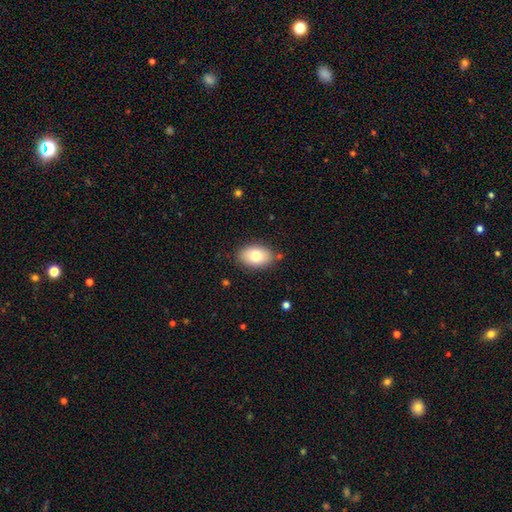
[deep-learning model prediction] smooth_or_featured: smooth (p=0.77) [alt: featured or disk p=0.15]
how_rounded: in between (p=0.88) [alt: round p=0.11]
merging: none (p=0.83) [alt: minor disturbance p=0.12]